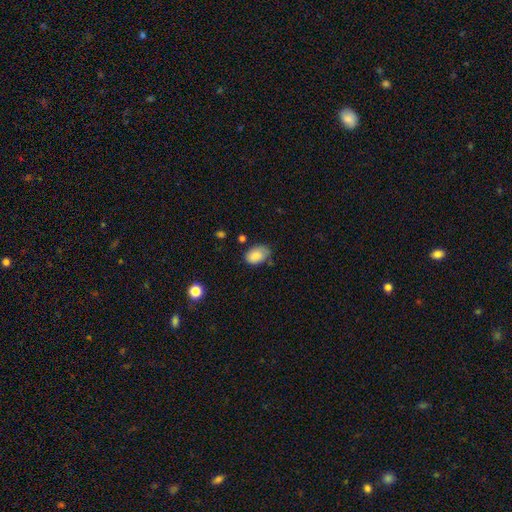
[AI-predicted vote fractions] Smooth or featured?
  - smooth: 82% *
  - featured or disk: 10%
  - star or artifact: 8%
How rounded?
  - in between: 85% *
  - round: 14%
  - cigar-shaped: 1%
Merging?
  - none: 60% *
  - minor disturbance: 30%
  - major disturbance: 7%
  - merger: 3%